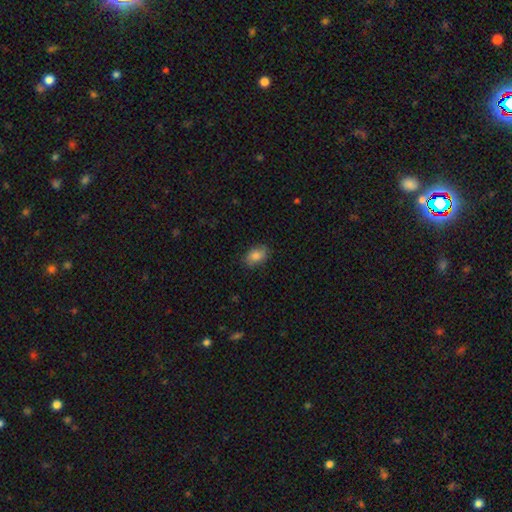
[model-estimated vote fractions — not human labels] smooth_or_featured: smooth (p=0.85) [alt: star or artifact p=0.08]
how_rounded: in between (p=0.85) [alt: round p=0.14]
merging: none (p=0.82) [alt: minor disturbance p=0.14]